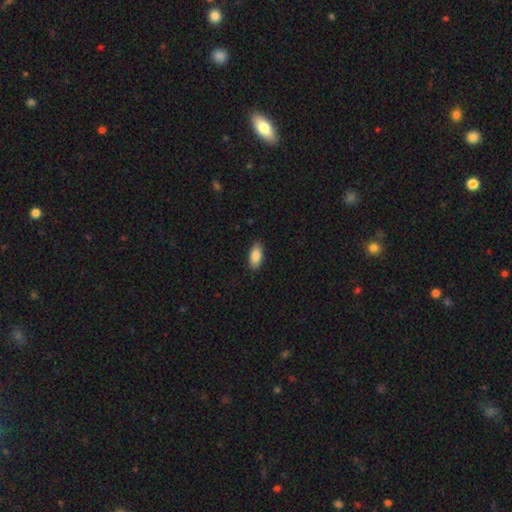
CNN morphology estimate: Smooth or featured? smooth (88%)
How rounded? in between (91%)
Merging? none (88%)